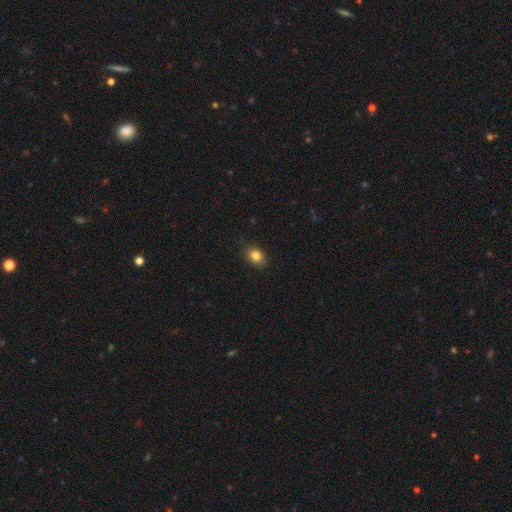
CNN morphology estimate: Smooth or featured: smooth — 84% (star or artifact — 10%)
How rounded: in between — 66% (round — 33%)
Merging: none — 86% (minor disturbance — 11%)